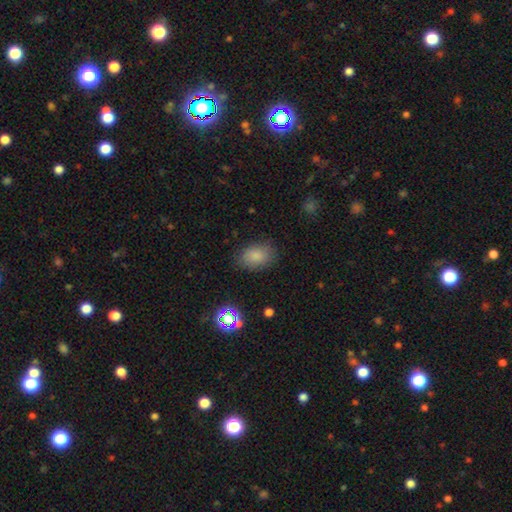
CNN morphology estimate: The model was most divided on "how rounded": in between: 79%, round: 20%, cigar-shaped: 1%. More confident: smooth or featured — smooth (83%); merging — none (81%).